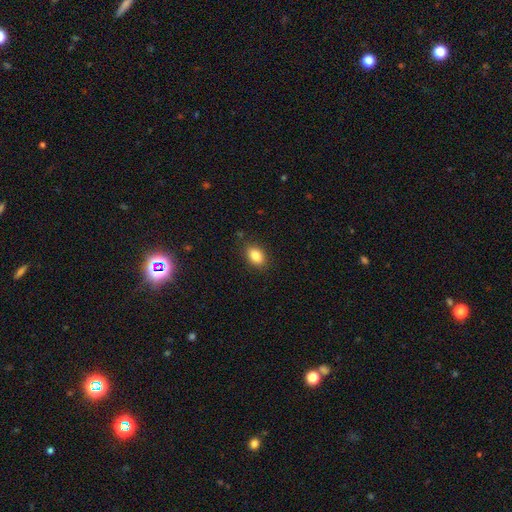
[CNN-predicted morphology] smooth 84%, star or artifact 8%, featured or disk 7%. Down the decision tree: how rounded — in between (86%); merging — none (87%).